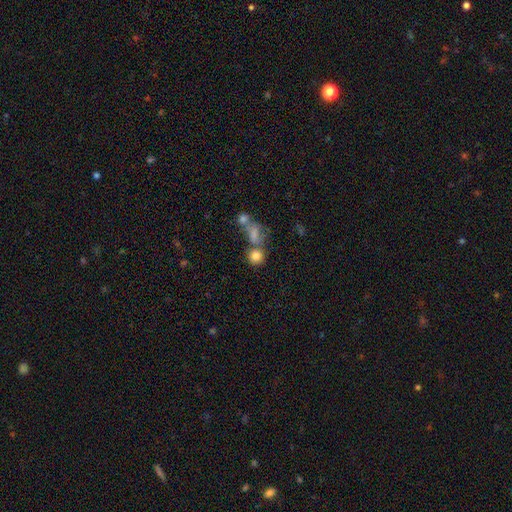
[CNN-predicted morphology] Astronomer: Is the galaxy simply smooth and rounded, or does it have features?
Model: smooth — 79%.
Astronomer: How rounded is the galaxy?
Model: round — 85%.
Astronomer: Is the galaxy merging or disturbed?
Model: none — 57%.